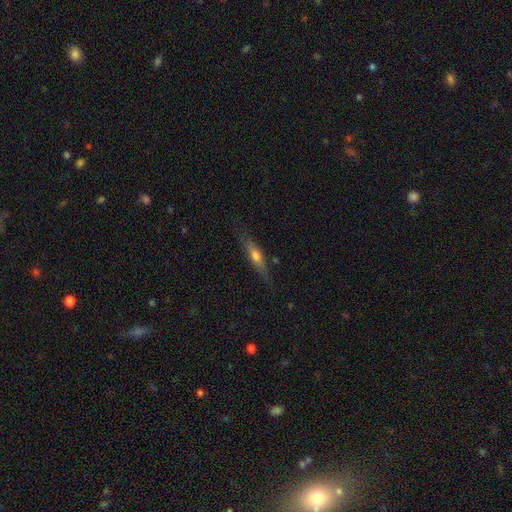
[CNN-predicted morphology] This is possibly a featured or disk galaxy (47%, tied with smooth). Merging: likely none (80%).